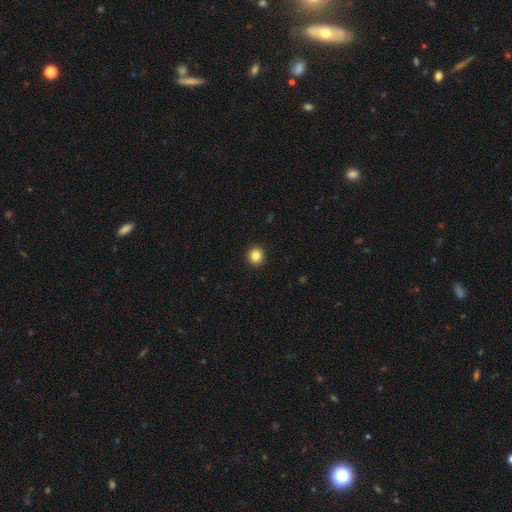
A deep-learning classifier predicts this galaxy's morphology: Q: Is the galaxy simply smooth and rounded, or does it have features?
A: smooth — 85%.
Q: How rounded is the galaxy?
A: round — 93%.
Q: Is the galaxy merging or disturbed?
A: none — 94%.